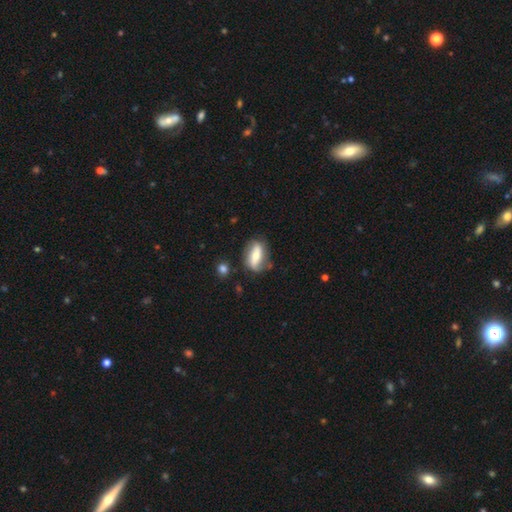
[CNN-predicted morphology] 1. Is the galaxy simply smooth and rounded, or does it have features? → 50% featured or disk, 43% smooth, 7% star or artifact.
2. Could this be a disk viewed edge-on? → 79% no, 21% yes.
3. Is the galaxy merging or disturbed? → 68% none, 21% minor disturbance, 7% major disturbance, 4% merger.